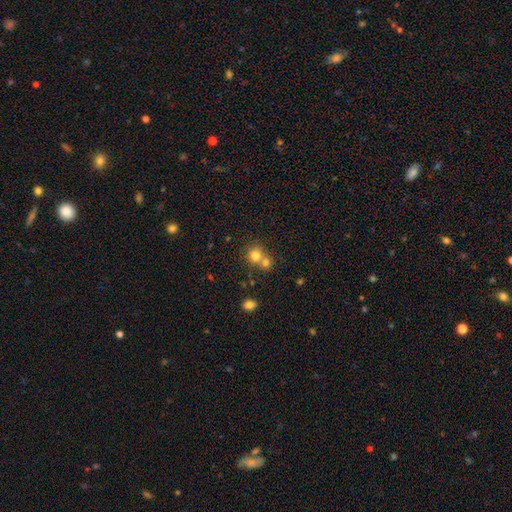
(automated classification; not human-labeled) A smooth galaxy with no disk features (77%) that is round (86%). Merging: merger (47%).